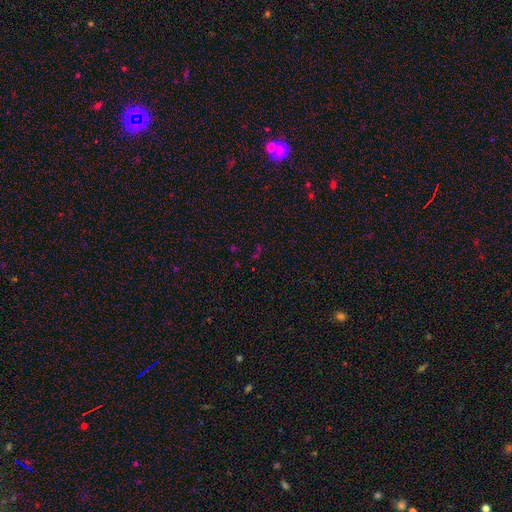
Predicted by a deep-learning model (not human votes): Q: Smooth or featured?
A: star or artifact (62%); runner-up: smooth (26%)